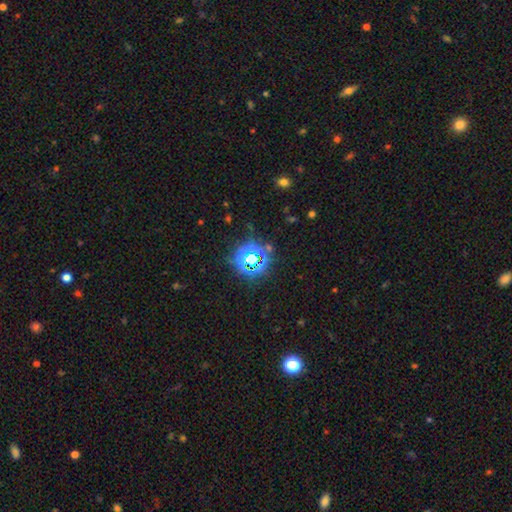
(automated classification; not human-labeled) A star or artifact, not a galaxy (75%).

Vote fractions:
- Smooth or featured? star or artifact: 75% / smooth: 16% / featured or disk: 9%